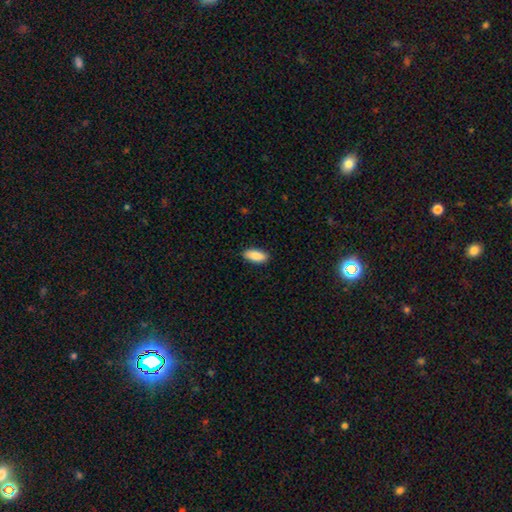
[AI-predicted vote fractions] Smooth or featured: smooth — 88% (star or artifact — 6%)
How rounded: in between — 86% (cigar-shaped — 12%)
Merging: none — 89% (minor disturbance — 8%)